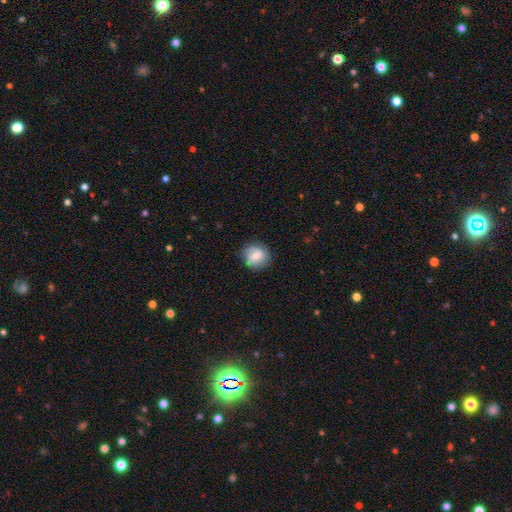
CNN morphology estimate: type=smooth (63%); roundness=round (77%); merging=none (73%).